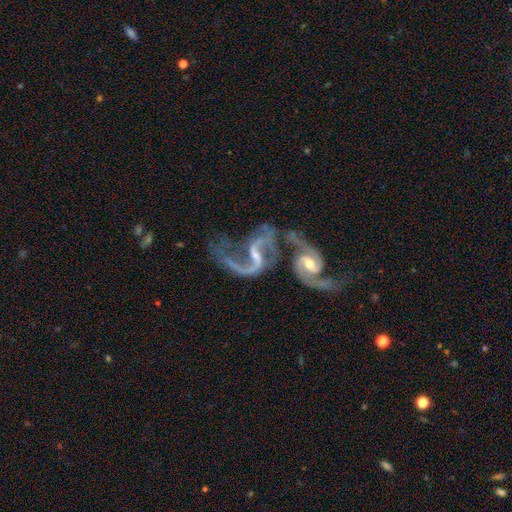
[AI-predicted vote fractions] smooth_or_featured: featured or disk (p=0.90) [alt: star or artifact p=0.06]
disk_edge_on: no (p=0.97) [alt: yes p=0.03]
bar: weak (p=0.46) [alt: strong p=0.31]
has_spiral_arms: yes (p=0.95) [alt: no p=0.05]
spiral_winding: loose (p=0.71) [alt: medium p=0.24]
spiral_arm_count: 2 (p=0.87) [alt: 1 p=0.07]
bulge_size: small (p=0.54) [alt: moderate p=0.30]
merging: merger (p=0.58) [alt: none p=0.17]